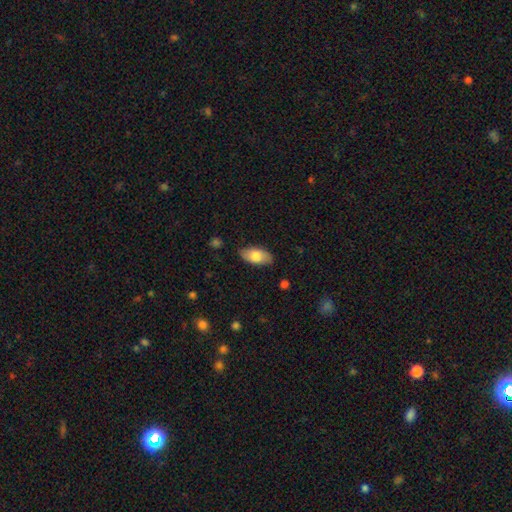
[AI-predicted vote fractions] A smooth galaxy with no disk features (78%) that is in between round and cigar-shaped (93%). Merging: none (85%).